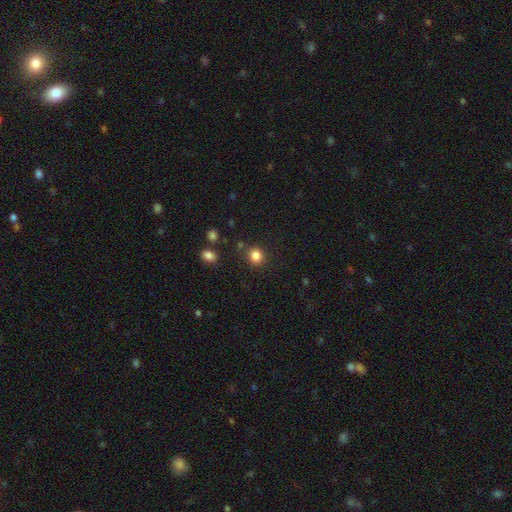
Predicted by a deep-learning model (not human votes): Smooth or featured? Predicted: smooth (p=0.84). How rounded? Predicted: round (p=0.79). Merging? Predicted: none (p=0.84).